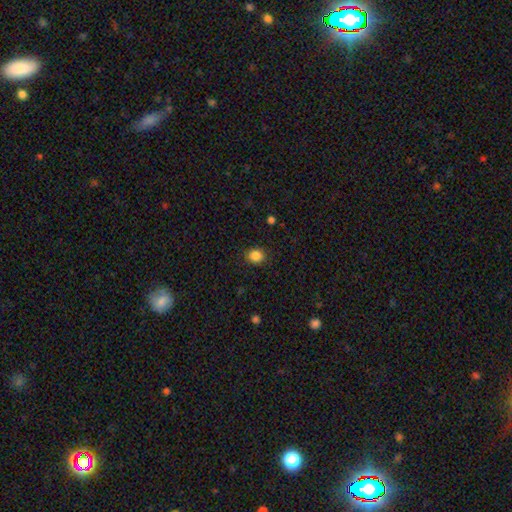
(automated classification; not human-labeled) Smooth or featured? smooth (86%)
How rounded? round (78%)
Merging? none (90%)